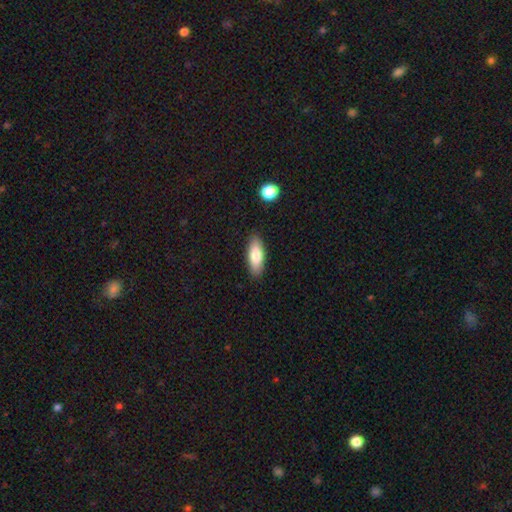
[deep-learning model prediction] A smooth galaxy with no disk features (80%) that is in between round and cigar-shaped (70%). Merging: none (87%).